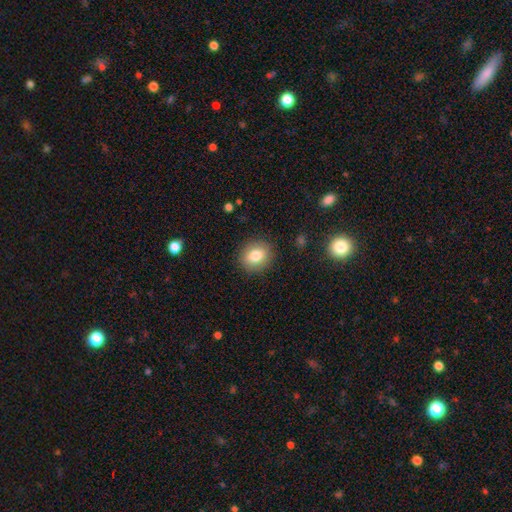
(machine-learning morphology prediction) smooth 81%, featured or disk 10%, star or artifact 9%. Down the decision tree: how rounded — round (74%); merging — none (89%).